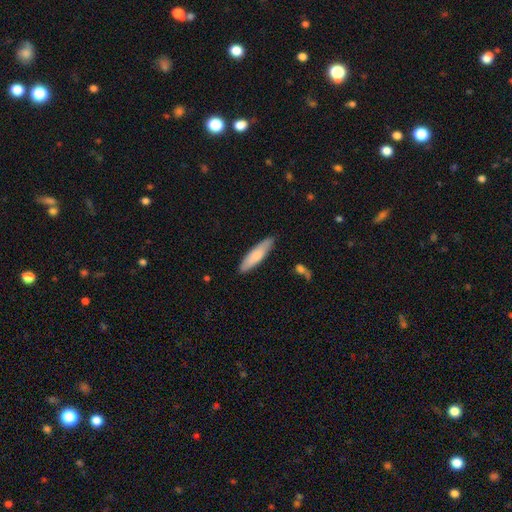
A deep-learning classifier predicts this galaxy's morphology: This appears to be a smooth galaxy with no disk features (75%) that is cigar-shaped (67%). Merging: none (86%).